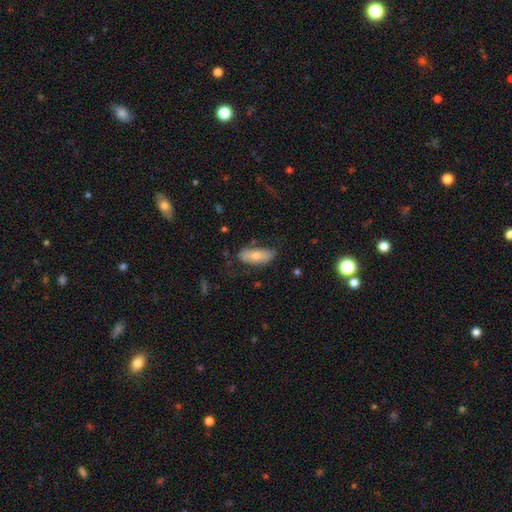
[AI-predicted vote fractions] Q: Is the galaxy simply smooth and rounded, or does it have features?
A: smooth — 65%.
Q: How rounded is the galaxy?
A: in between — 83%.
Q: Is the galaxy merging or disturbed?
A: none — 64%.